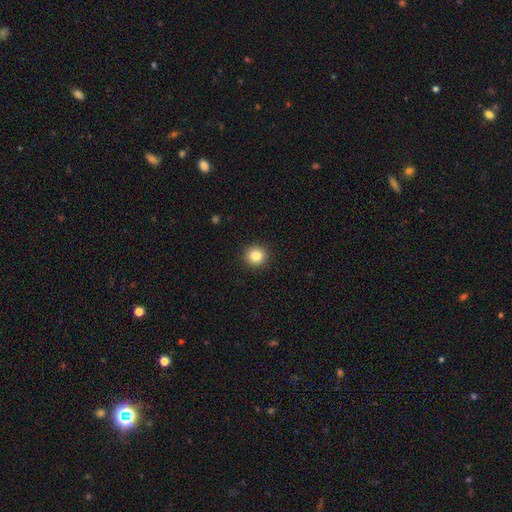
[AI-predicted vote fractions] smooth_or_featured: smooth (p=0.84) [alt: star or artifact p=0.10]
how_rounded: round (p=0.94) [alt: in between p=0.05]
merging: none (p=0.93) [alt: minor disturbance p=0.05]